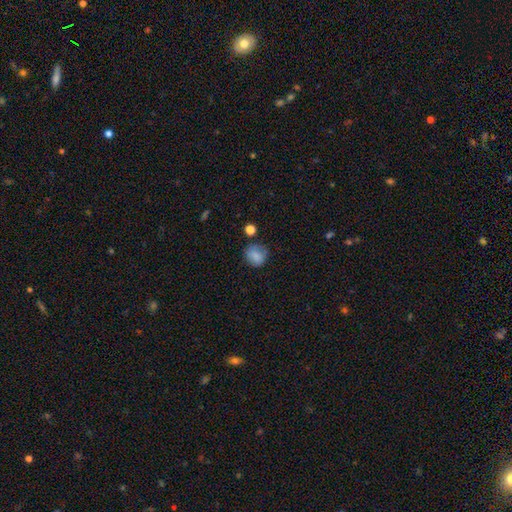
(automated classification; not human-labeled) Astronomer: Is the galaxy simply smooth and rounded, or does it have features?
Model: smooth — 82%.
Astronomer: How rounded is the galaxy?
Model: round — 75%.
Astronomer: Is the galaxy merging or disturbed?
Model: none — 65%.